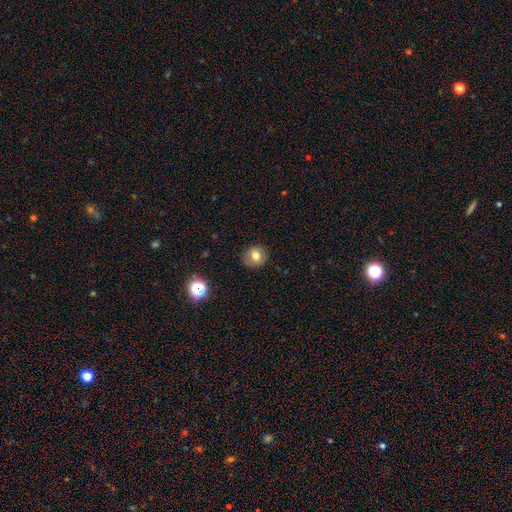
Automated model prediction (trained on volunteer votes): Smooth or featured? Predicted: smooth (p=0.72). How rounded? Predicted: round (p=0.81). Merging? Predicted: none (p=0.86).